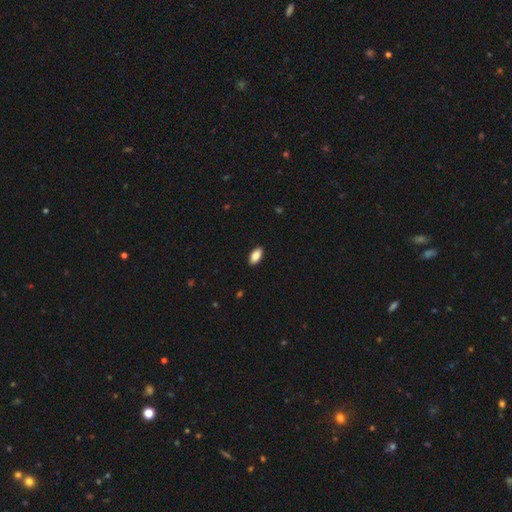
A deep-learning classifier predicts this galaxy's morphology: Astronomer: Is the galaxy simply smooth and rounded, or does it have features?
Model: smooth — 87%.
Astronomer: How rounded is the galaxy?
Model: in between — 92%.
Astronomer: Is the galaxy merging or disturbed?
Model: none — 90%.